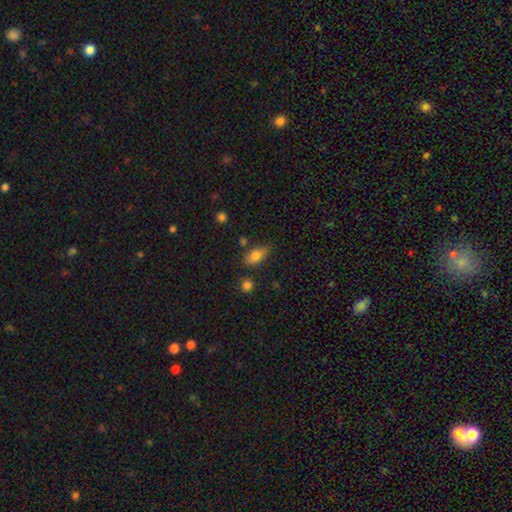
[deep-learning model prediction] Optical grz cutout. It shows a smooth galaxy with no disk features (79%) that is in between round and cigar-shaped (86%). Merging: none (71%).